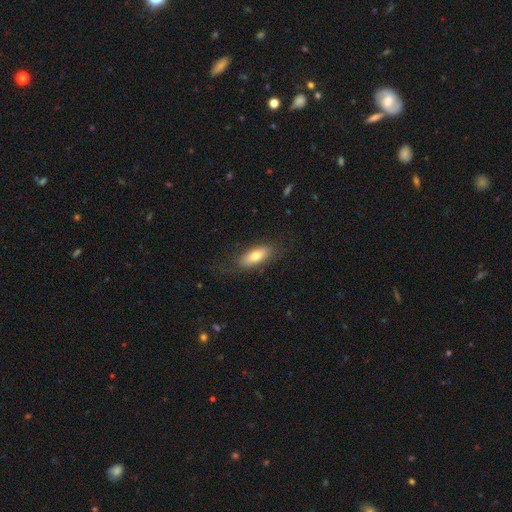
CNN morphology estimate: smooth 71%, featured or disk 22%, star or artifact 7%. Down the decision tree: how rounded — in between (83%); merging — none (74%).